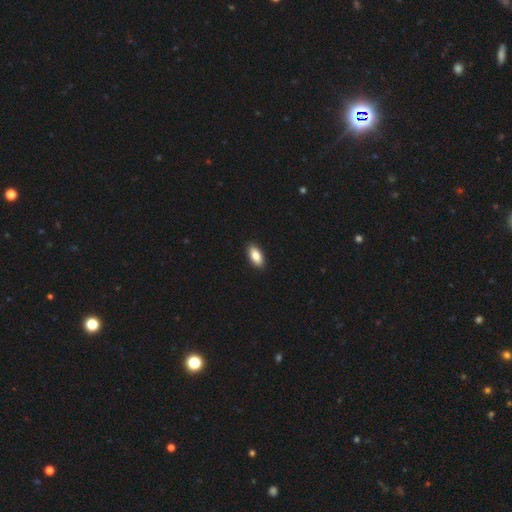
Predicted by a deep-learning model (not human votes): This appears to be a smooth galaxy with no disk features (86%) that is in between round and cigar-shaped (90%). Merging: none (91%).